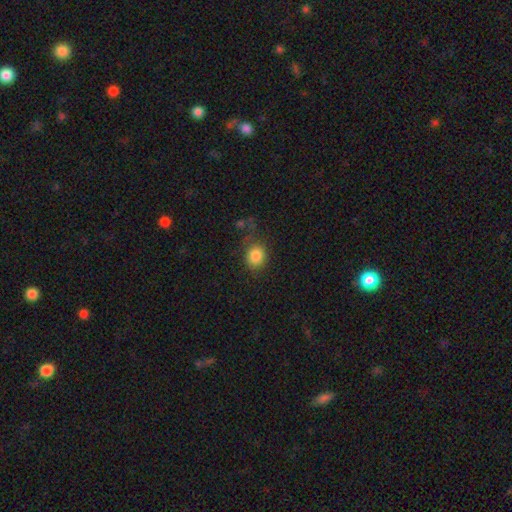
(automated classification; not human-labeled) Smooth or featured?
  - smooth: 85% *
  - star or artifact: 10%
  - featured or disk: 6%
How rounded?
  - round: 61% *
  - in between: 38%
  - cigar-shaped: 1%
Merging?
  - none: 70% *
  - minor disturbance: 18%
  - major disturbance: 9%
  - merger: 3%